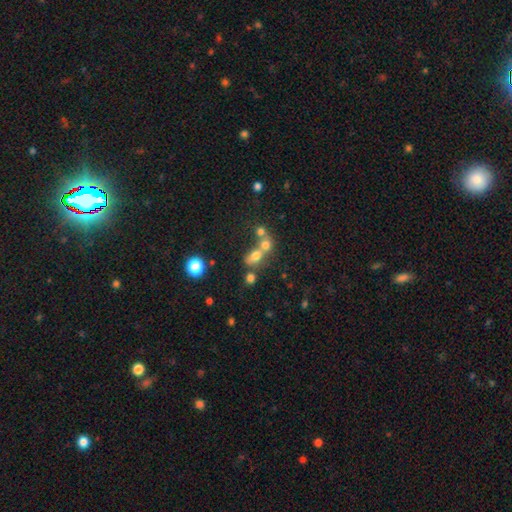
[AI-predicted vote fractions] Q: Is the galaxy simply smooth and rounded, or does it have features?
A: smooth — 66%.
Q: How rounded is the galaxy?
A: in between — 52%.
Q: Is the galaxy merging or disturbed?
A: merger — 55%.